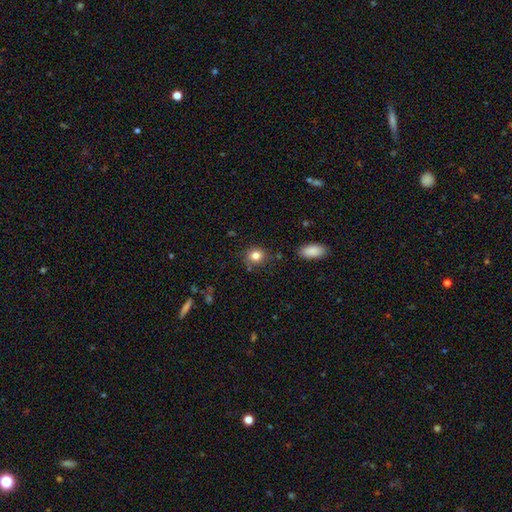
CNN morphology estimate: Overall: smooth (83%). How rounded: round (76%). Merging: none (80%).